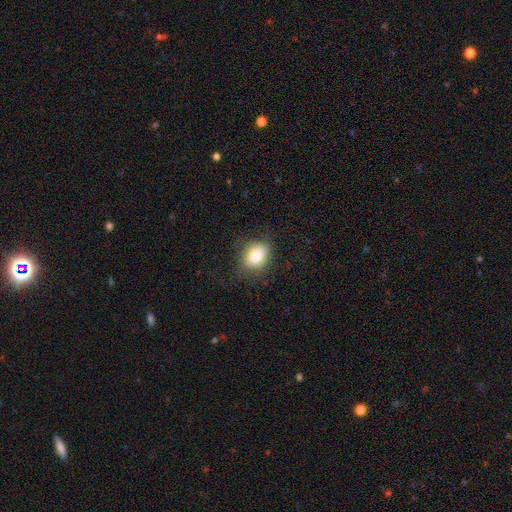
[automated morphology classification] Smooth or featured? smooth (80%)
How rounded? in between (54%)
Merging? none (75%)